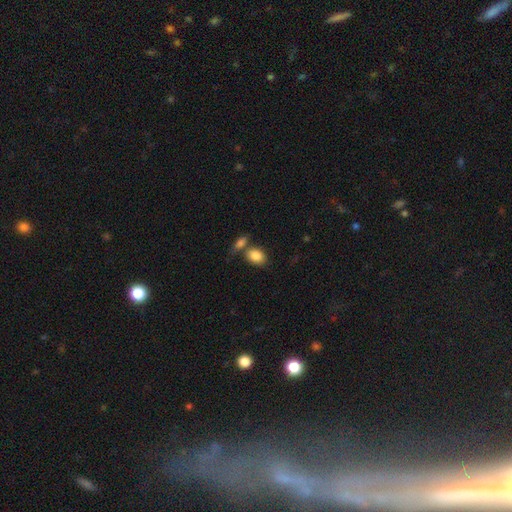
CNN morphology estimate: type=smooth (85%); roundness=in between (76%); merging=none (53%).